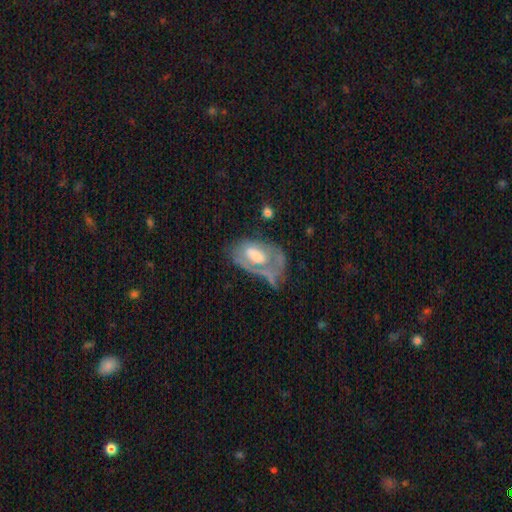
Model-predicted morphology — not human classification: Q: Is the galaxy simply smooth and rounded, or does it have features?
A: featured or disk — 64%.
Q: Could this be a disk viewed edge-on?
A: no — 93%.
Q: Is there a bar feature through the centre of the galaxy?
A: no — 59%.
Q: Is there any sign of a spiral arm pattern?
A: yes — 53%.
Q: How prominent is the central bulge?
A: moderate — 44%.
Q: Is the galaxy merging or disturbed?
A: none — 34%.